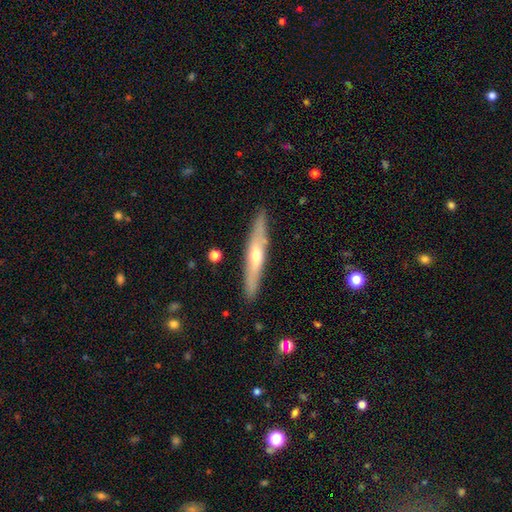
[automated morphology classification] A featured or disk galaxy (60%) viewed edge-on (88%) with a rounded central bulge (81%). Merging: none (88%).